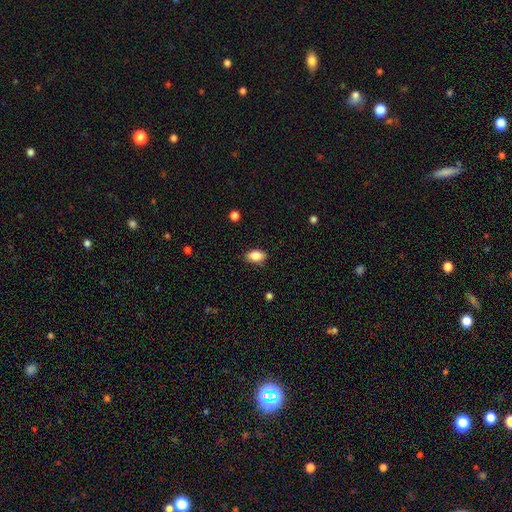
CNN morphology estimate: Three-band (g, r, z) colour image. It shows a smooth galaxy with no disk features (86%) that is in between round and cigar-shaped (90%). Merging: none (84%).